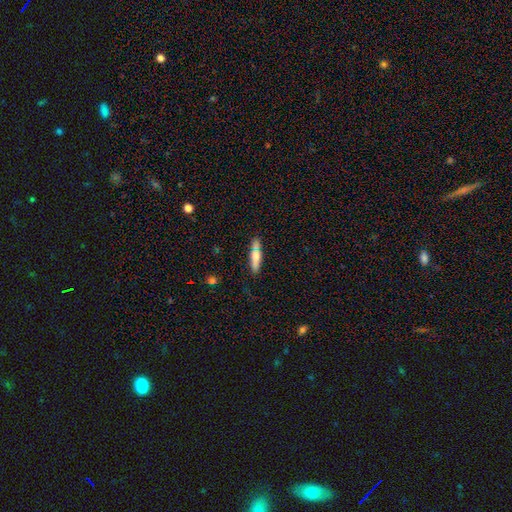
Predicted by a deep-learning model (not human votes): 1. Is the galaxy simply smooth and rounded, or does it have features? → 72% smooth, 21% featured or disk, 7% star or artifact.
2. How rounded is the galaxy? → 76% cigar-shaped, 22% in between, 2% round.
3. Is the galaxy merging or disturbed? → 71% none, 16% minor disturbance, 9% merger, 4% major disturbance.